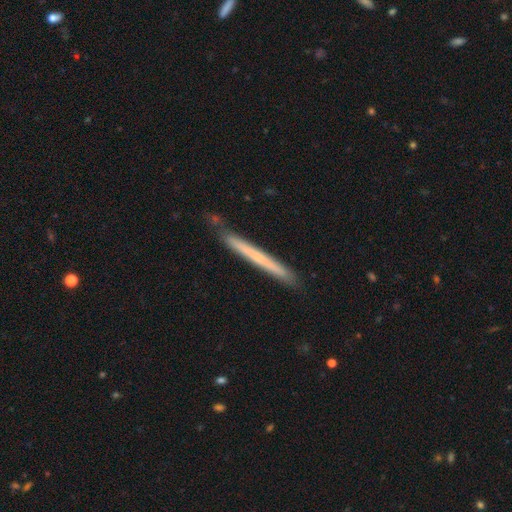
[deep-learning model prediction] This appears to be a smooth galaxy with no disk features (56%) that is cigar-shaped (97%). Merging: none (84%).